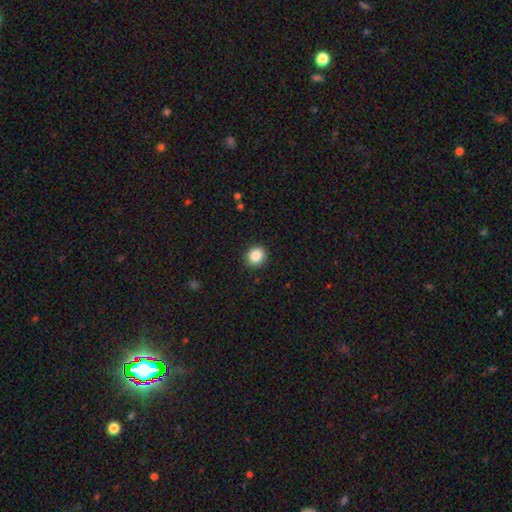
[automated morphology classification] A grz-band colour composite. It shows a smooth galaxy with no disk features (87%) that is round (84%). Merging: none (91%).